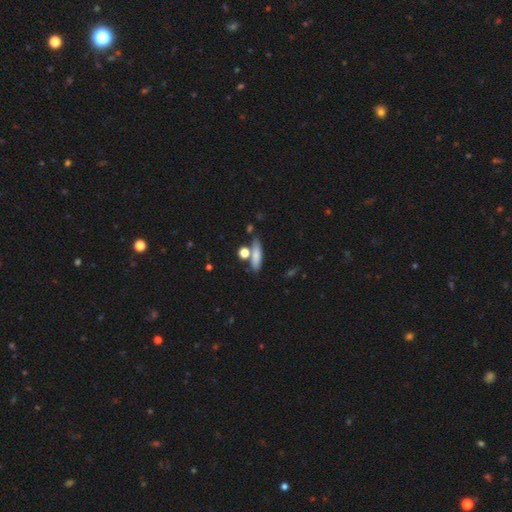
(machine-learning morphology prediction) This appears to be a smooth galaxy with no disk features (77%) that is cigar-shaped (55%). Merging: none (69%).